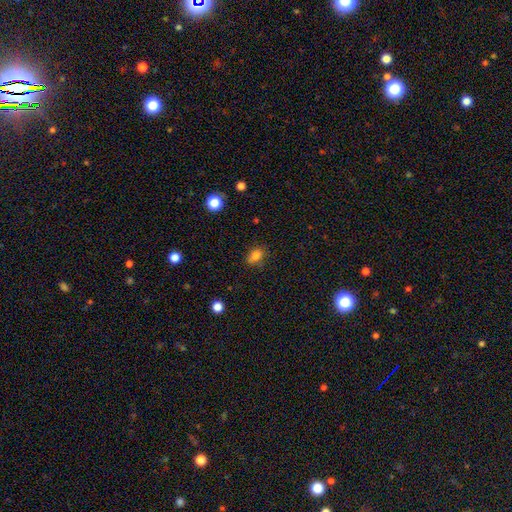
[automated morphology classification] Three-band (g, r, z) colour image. It shows a smooth galaxy with no disk features (81%) that is in between round and cigar-shaped (76%). Merging: none (77%).